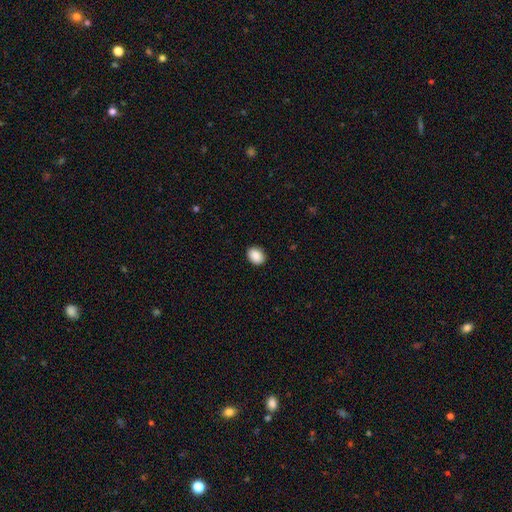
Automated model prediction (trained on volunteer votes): smooth 89%, star or artifact 8%, featured or disk 3%. Down the decision tree: how rounded — in between (65%); merging — none (90%).